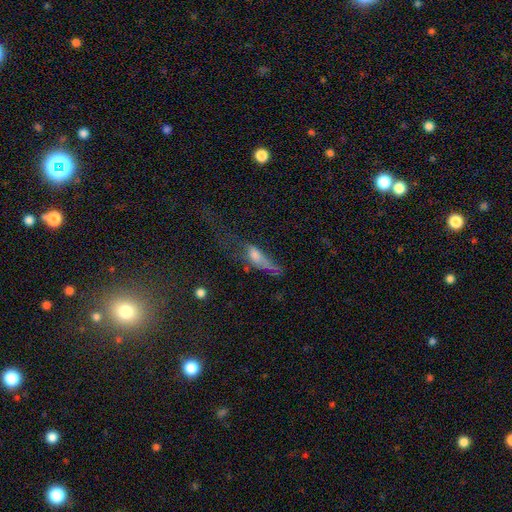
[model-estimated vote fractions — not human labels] smooth_or_featured: smooth (p=0.54) [alt: featured or disk p=0.33]
how_rounded: cigar-shaped (p=0.48) [alt: in between p=0.47]
merging: major disturbance (p=0.56) [alt: none p=0.19]